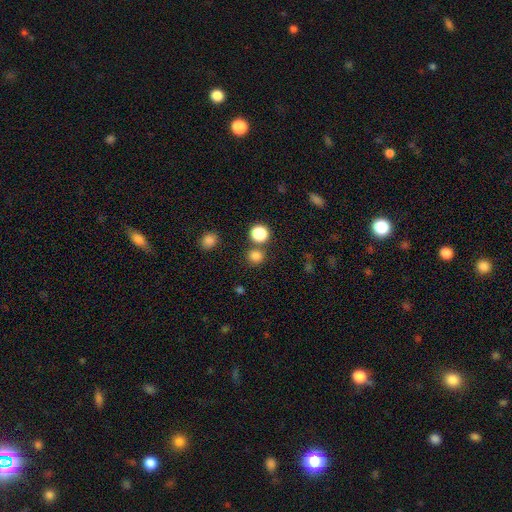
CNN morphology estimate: Smooth or featured?
  - smooth: 81% *
  - star or artifact: 15%
  - featured or disk: 4%
How rounded?
  - round: 85% *
  - in between: 14%
  - cigar-shaped: 1%
Merging?
  - none: 71% *
  - merger: 19%
  - minor disturbance: 7%
  - major disturbance: 3%